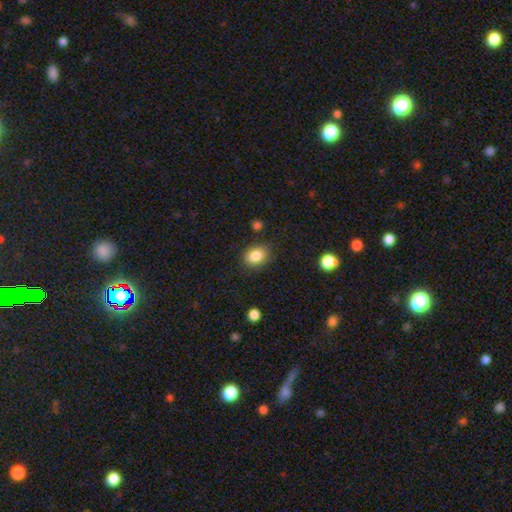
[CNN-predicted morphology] A smooth galaxy with no disk features (85%) that is in between round and cigar-shaped (59%).

Vote fractions:
- Smooth or featured? smooth: 85% / star or artifact: 9% / featured or disk: 6%
- How rounded? in between: 59% / round: 40% / cigar-shaped: 1%
- Merging? none: 83% / minor disturbance: 11% / major disturbance: 3% / merger: 2%